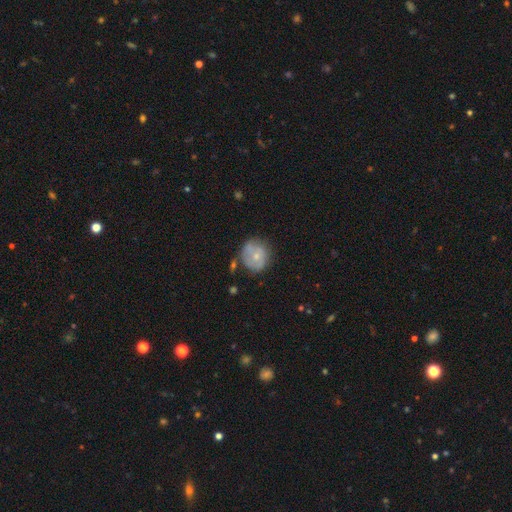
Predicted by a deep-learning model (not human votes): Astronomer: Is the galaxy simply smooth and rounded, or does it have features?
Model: smooth — 52% (runner-up: featured or disk, 41%).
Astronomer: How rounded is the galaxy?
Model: round — 80%.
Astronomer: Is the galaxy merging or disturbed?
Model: none — 55%.